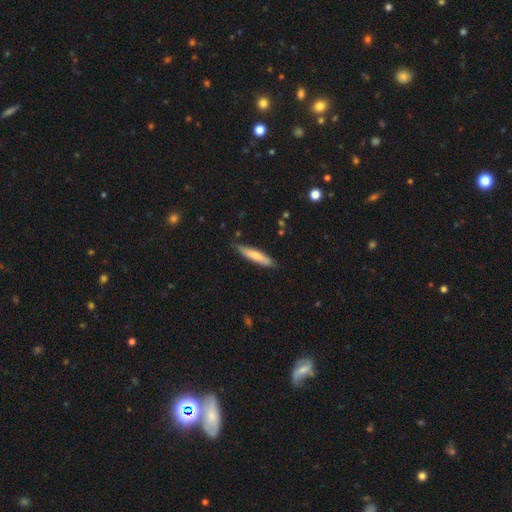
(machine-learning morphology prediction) Q: Smooth or featured?
A: smooth (71%); runner-up: featured or disk (24%)
Q: How rounded?
A: cigar-shaped (85%); runner-up: in between (14%)
Q: Merging?
A: none (83%); runner-up: minor disturbance (14%)